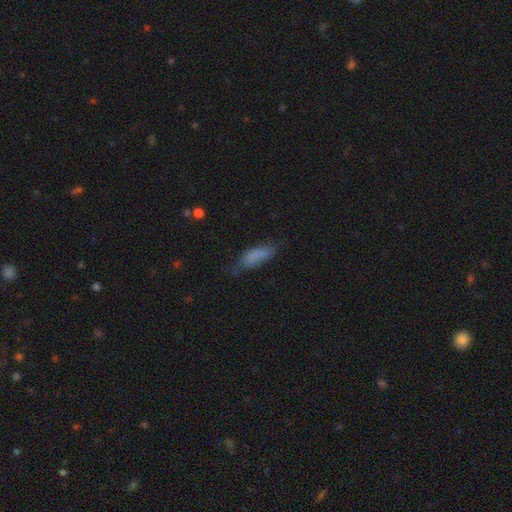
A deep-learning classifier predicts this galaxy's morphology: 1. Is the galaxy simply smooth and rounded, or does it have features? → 77% smooth, 13% featured or disk, 10% star or artifact.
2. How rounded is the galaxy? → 57% in between, 40% cigar-shaped, 2% round.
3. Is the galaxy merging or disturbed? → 57% none, 29% minor disturbance, 11% major disturbance, 3% merger.